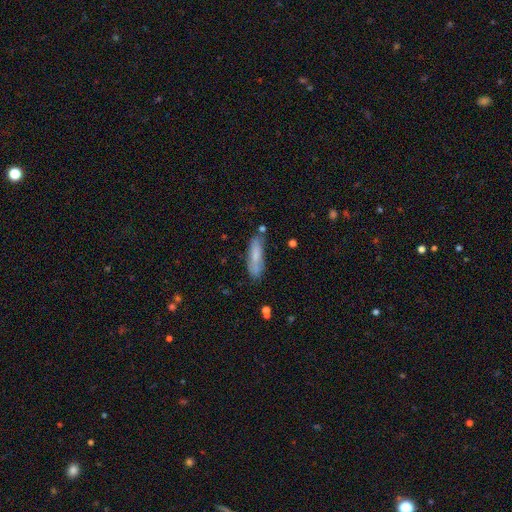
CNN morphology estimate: type=smooth (71%); roundness=cigar-shaped (63%); merging=none (69%).